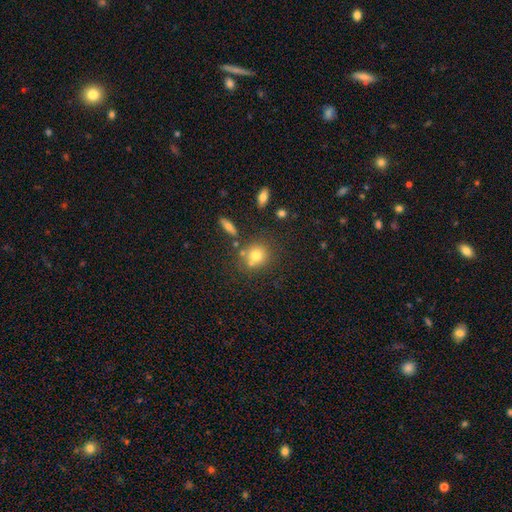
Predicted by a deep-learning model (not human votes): Morphology: type=smooth (74%); roundness=round (83%); merging=none (64%).